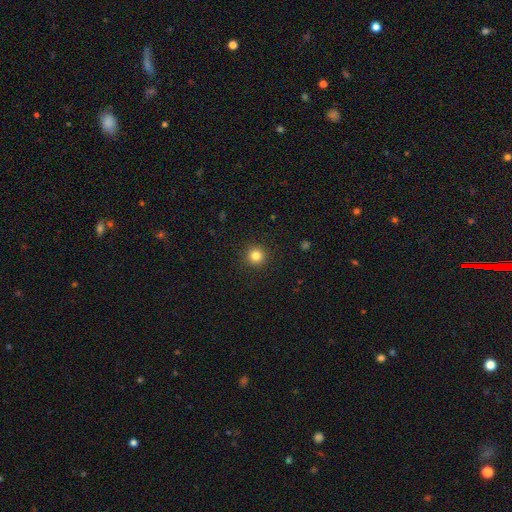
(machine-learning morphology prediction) smooth_or_featured: smooth (p=0.83) [alt: star or artifact p=0.12]
how_rounded: round (p=0.95) [alt: in between p=0.04]
merging: none (p=0.92) [alt: minor disturbance p=0.05]